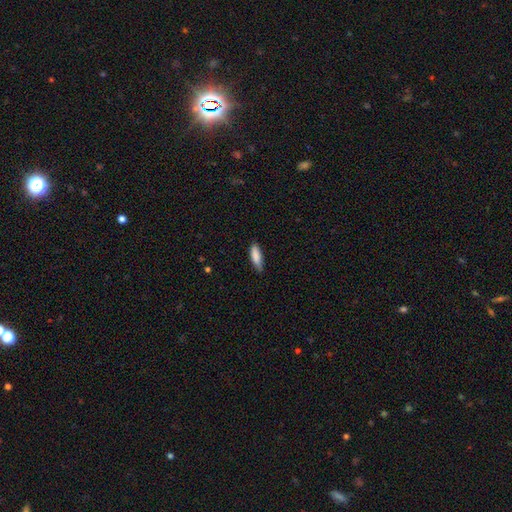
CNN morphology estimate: Smooth or featured? smooth (86%)
How rounded? in between (52%)
Merging? none (75%)